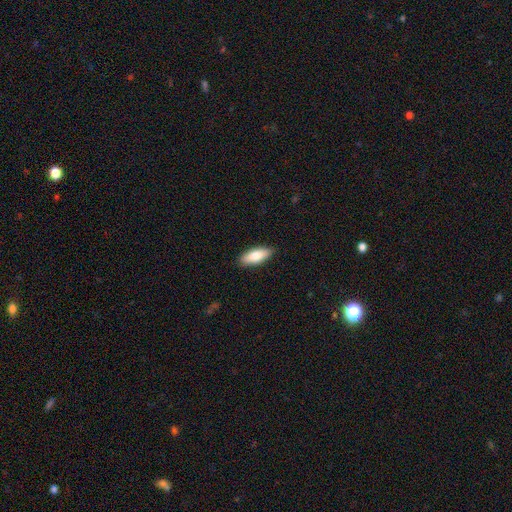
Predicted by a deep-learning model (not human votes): Morphology: type=smooth (81%); roundness=in between (74%); merging=none (89%).